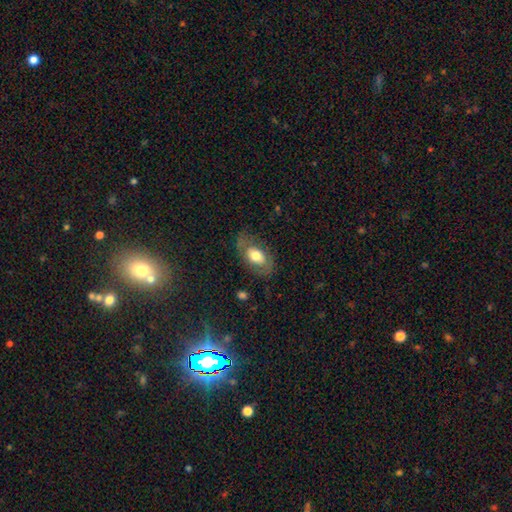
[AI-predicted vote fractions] Q: Smooth or featured?
A: smooth (61%); runner-up: featured or disk (32%)
Q: How rounded?
A: in between (89%); runner-up: round (9%)
Q: Merging?
A: none (69%); runner-up: minor disturbance (20%)